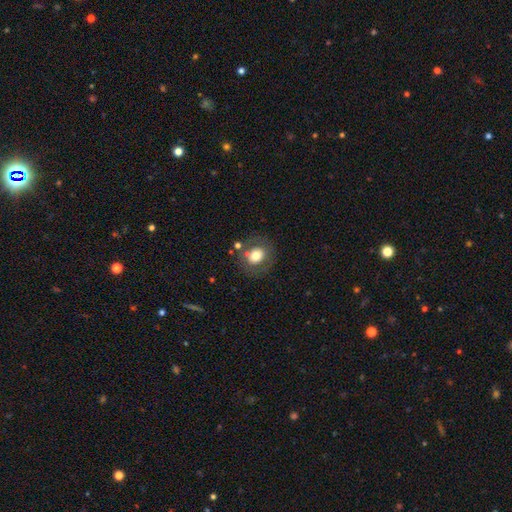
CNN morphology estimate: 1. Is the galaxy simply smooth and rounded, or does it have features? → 67% smooth, 24% featured or disk, 10% star or artifact.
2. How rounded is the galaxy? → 72% round, 27% in between, 1% cigar-shaped.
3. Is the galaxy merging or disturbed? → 74% none, 13% minor disturbance, 7% major disturbance, 6% merger.